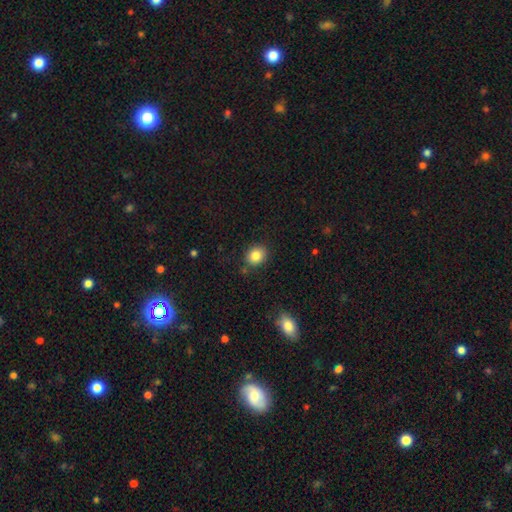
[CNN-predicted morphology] smooth_or_featured: smooth (p=0.84) [alt: star or artifact p=0.10]
how_rounded: round (p=0.67) [alt: in between p=0.32]
merging: none (p=0.85) [alt: minor disturbance p=0.10]